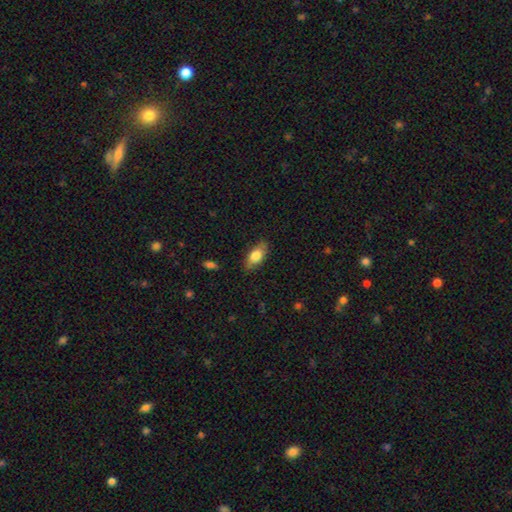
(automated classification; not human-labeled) This appears to be a smooth galaxy with no disk features (77%) that is in between round and cigar-shaped (86%). Merging: none (83%).